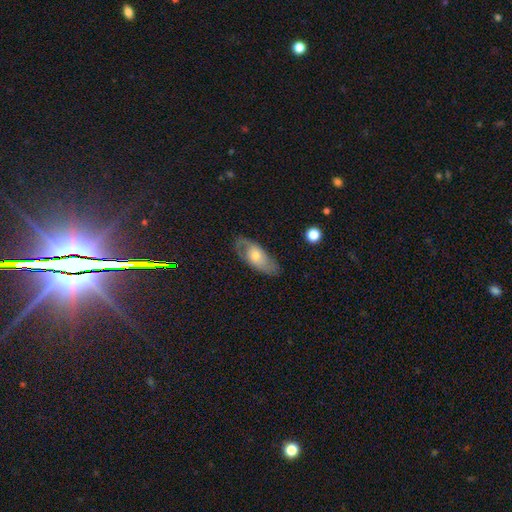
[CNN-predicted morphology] Q: Smooth or featured?
A: smooth (47%); runner-up: featured or disk (46%)
Q: Merging?
A: none (74%); runner-up: minor disturbance (18%)